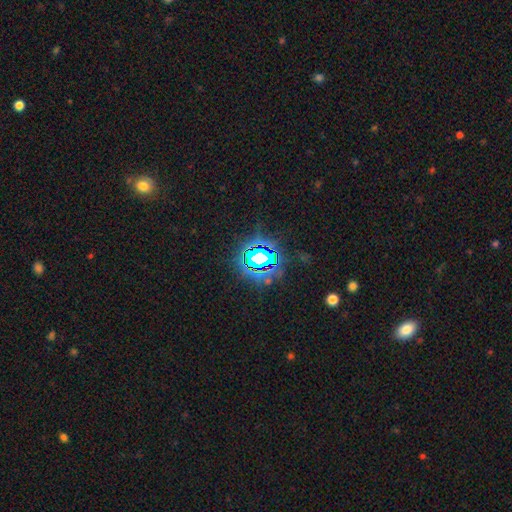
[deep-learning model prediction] A star or artifact, not a galaxy (74%).

Vote fractions:
- Smooth or featured? star or artifact: 74% / smooth: 14% / featured or disk: 12%